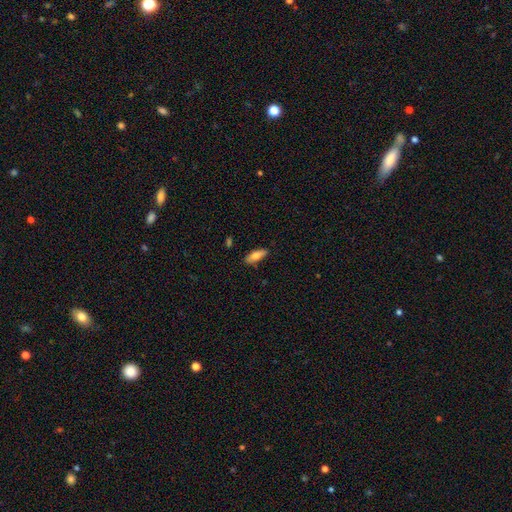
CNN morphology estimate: This is likely a smooth galaxy (71%). How rounded: likely in between (67%). Merging: clearly none (85%).